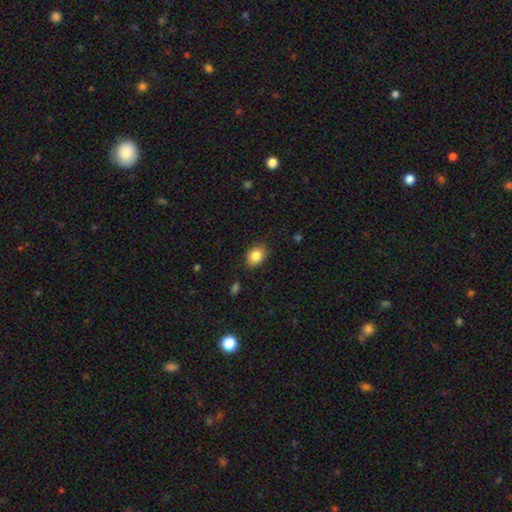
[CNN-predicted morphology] smooth_or_featured: smooth (p=0.85) [alt: star or artifact p=0.08]
how_rounded: in between (p=0.68) [alt: round p=0.31]
merging: none (p=0.86) [alt: minor disturbance p=0.10]